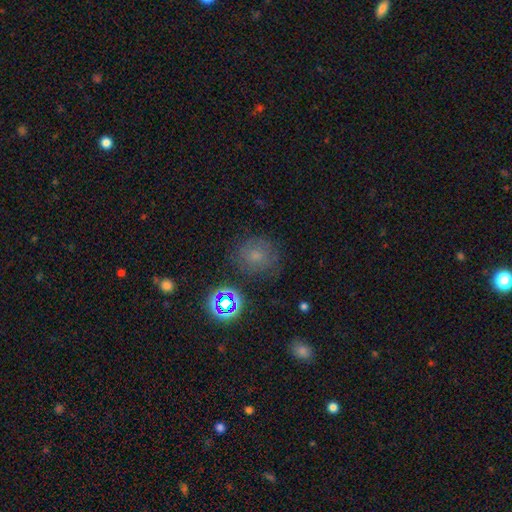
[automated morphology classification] smooth_or_featured: smooth (p=0.50) [alt: star or artifact p=0.28]
merging: none (p=0.75) [alt: minor disturbance p=0.16]